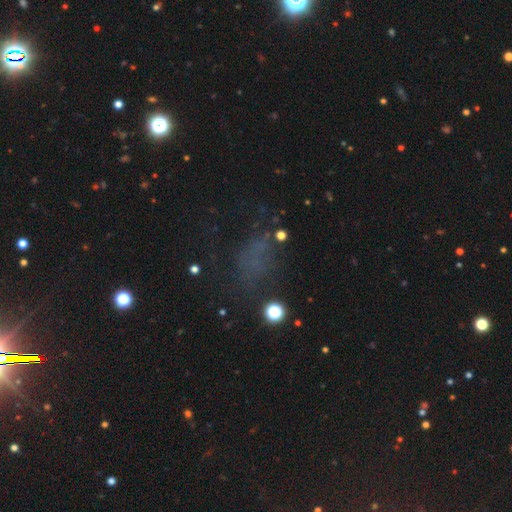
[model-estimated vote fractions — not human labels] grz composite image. It shows a smooth galaxy with no disk features (42%). Merging: none (50%).